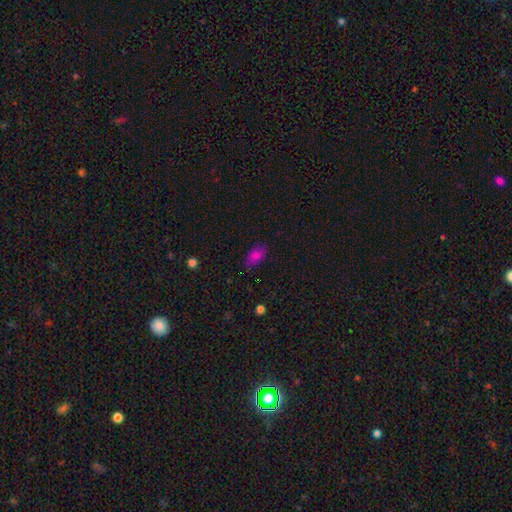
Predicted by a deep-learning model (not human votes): Smooth or featured?
  - smooth: 80% *
  - star or artifact: 12%
  - featured or disk: 9%
How rounded?
  - in between: 90% *
  - round: 6%
  - cigar-shaped: 4%
Merging?
  - none: 76% *
  - minor disturbance: 19%
  - major disturbance: 4%
  - merger: 1%